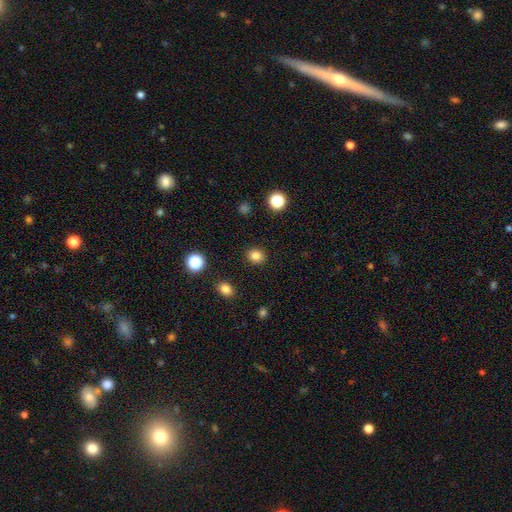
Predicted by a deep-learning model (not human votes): smooth_or_featured: smooth (p=0.83) [alt: star or artifact p=0.12]
how_rounded: round (p=0.71) [alt: in between p=0.28]
merging: none (p=0.90) [alt: minor disturbance p=0.07]